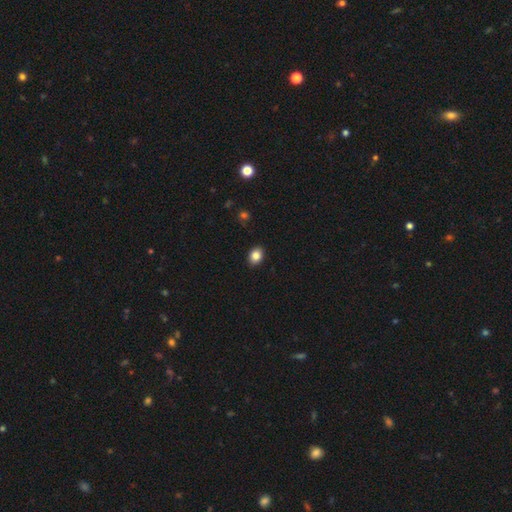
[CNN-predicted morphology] Smooth or featured? smooth (85%)
How rounded? in between (70%)
Merging? none (89%)